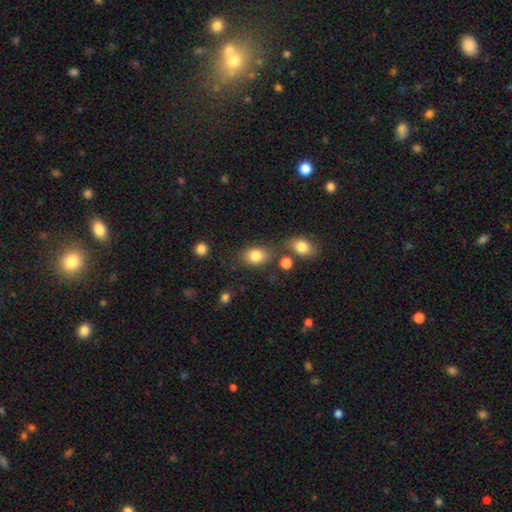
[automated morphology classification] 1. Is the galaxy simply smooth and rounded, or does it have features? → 83% smooth, 9% star or artifact, 8% featured or disk.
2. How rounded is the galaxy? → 65% in between, 34% round, 1% cigar-shaped.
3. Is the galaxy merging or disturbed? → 70% none, 14% minor disturbance, 11% merger, 5% major disturbance.